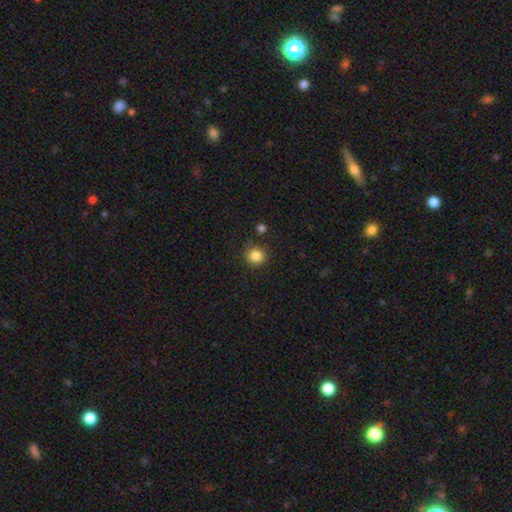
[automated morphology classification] This is clearly a smooth galaxy (85%). How rounded: clearly round (90%). Merging: clearly none (85%).